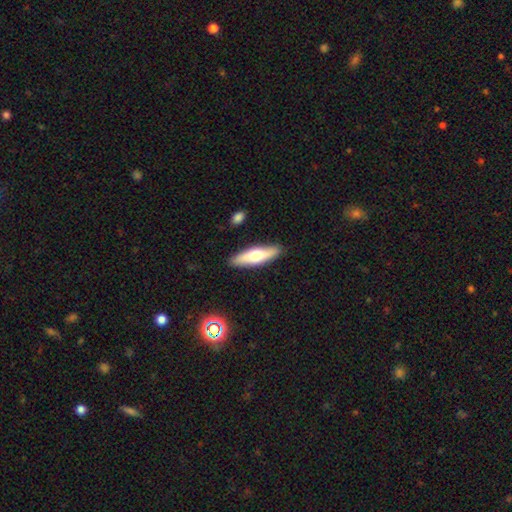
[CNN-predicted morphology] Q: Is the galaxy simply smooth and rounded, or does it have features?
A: smooth — 56%.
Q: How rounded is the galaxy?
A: cigar-shaped — 64%.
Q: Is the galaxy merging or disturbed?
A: none — 88%.